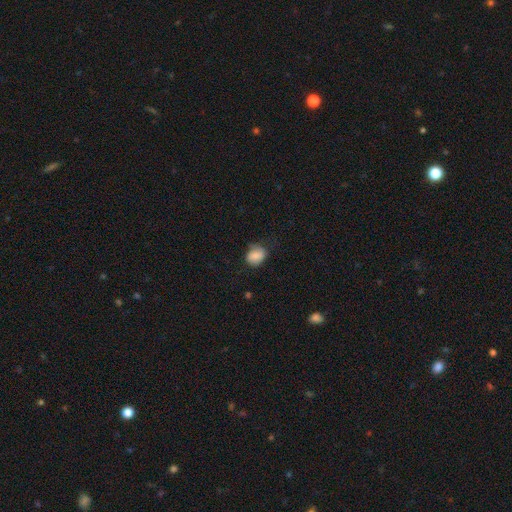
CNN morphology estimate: smooth_or_featured: smooth (p=0.81) [alt: featured or disk p=0.10]
how_rounded: round (p=0.51) [alt: in between p=0.48]
merging: none (p=0.62) [alt: minor disturbance p=0.28]